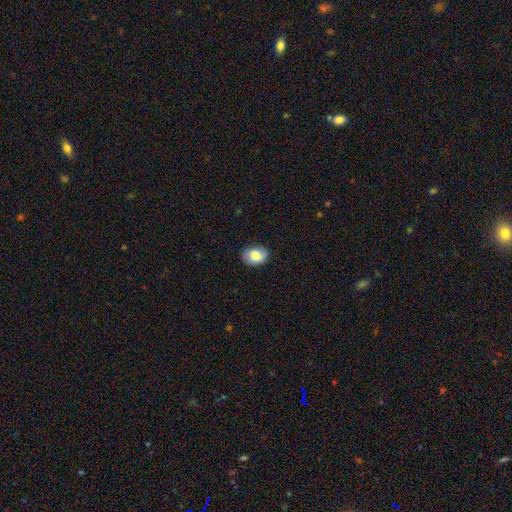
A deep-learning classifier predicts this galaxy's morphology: The model was most divided on "how rounded": in between: 77%, round: 22%, cigar-shaped: 1%. More confident: merging — none (80%); smooth or featured — smooth (79%).